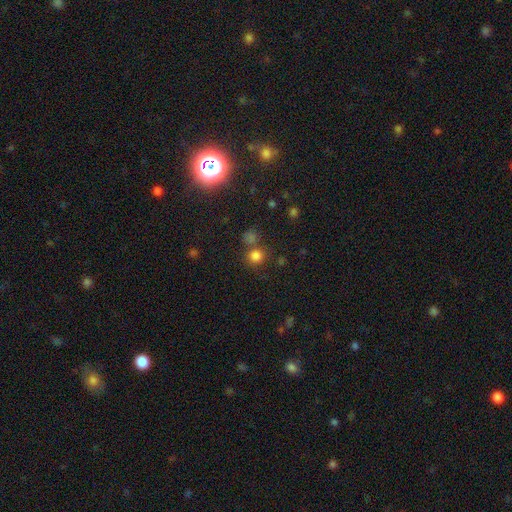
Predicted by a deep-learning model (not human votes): Smooth or featured: smooth — 79% (star or artifact — 16%)
How rounded: round — 88% (in between — 11%)
Merging: none — 68% (merger — 19%)